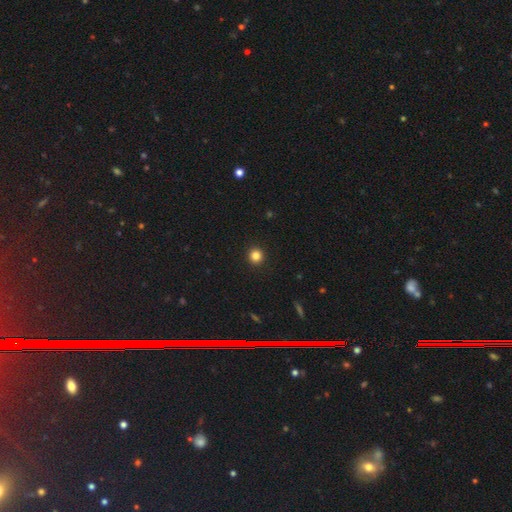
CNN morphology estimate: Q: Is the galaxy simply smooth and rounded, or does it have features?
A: smooth — 84%.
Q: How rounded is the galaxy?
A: round — 94%.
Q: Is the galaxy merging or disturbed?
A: none — 93%.